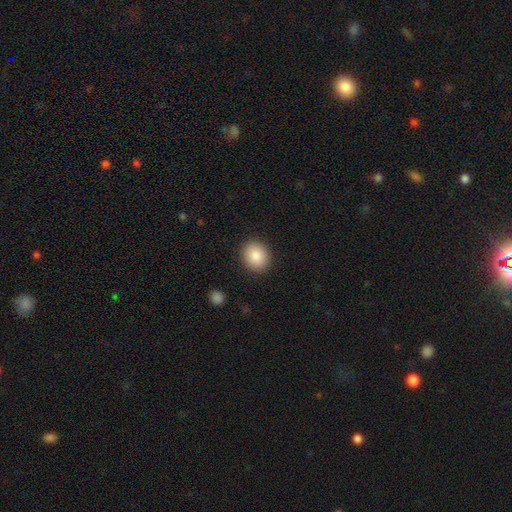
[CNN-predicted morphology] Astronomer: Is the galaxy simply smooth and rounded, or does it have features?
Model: smooth — 87%.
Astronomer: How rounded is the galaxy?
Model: round — 66%.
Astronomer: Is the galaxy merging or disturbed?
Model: none — 90%.